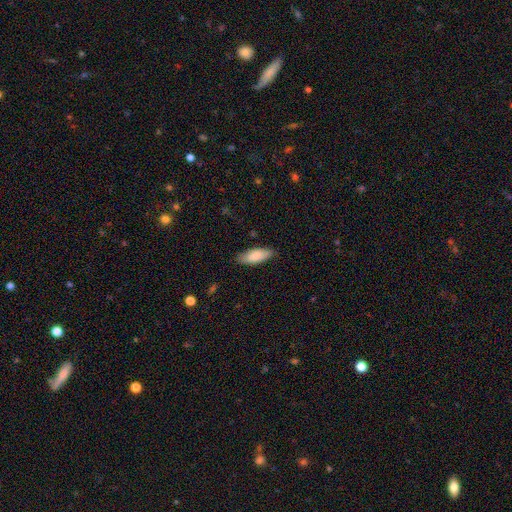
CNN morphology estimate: Smooth or featured?
  - smooth: 86% *
  - featured or disk: 9%
  - star or artifact: 6%
How rounded?
  - in between: 73% *
  - cigar-shaped: 26%
  - round: 2%
Merging?
  - none: 84% *
  - minor disturbance: 13%
  - major disturbance: 2%
  - merger: 1%